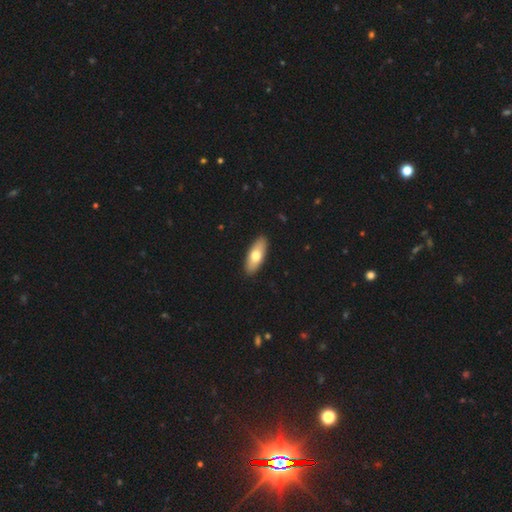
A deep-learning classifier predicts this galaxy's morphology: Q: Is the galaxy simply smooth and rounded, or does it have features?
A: smooth — 69%.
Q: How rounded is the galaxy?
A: in between — 75%.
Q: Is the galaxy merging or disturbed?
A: none — 91%.